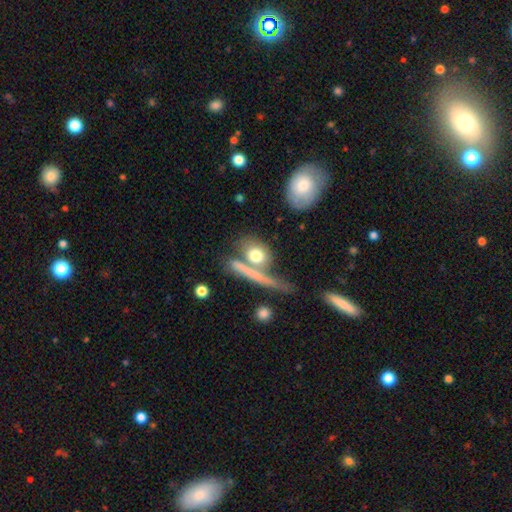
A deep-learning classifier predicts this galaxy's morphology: smooth 67%, featured or disk 25%, star or artifact 8%. Down the decision tree: how rounded — round (50%); merging — none (47%).